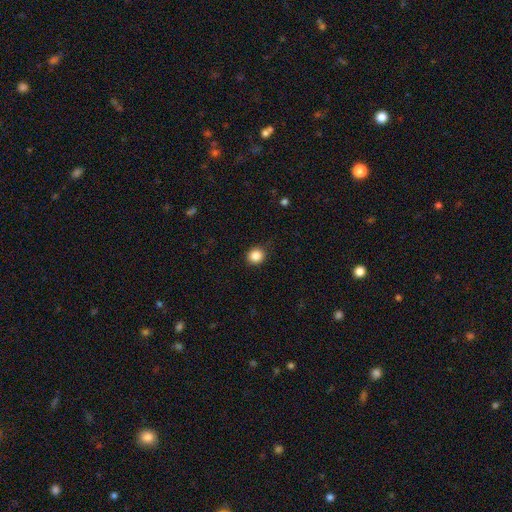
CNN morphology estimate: This appears to be a smooth galaxy with no disk features (86%) that is round (88%). Merging: none (87%).